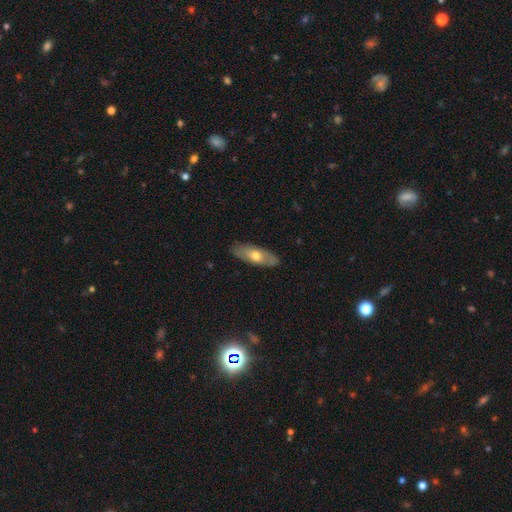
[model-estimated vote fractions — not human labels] Overall: smooth (51%; featured or disk 43%). How rounded: in between (69%; cigar-shaped 29%). Merging: none (86%).